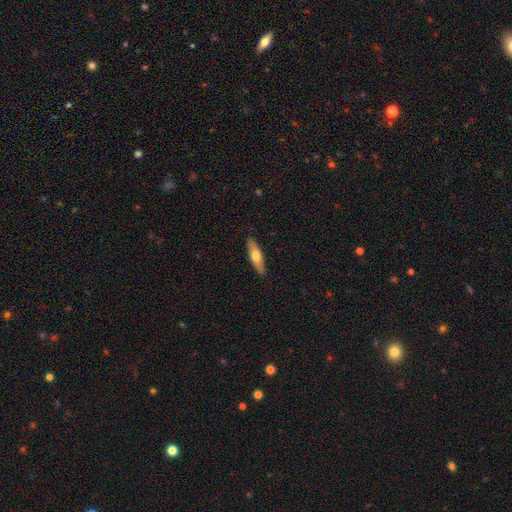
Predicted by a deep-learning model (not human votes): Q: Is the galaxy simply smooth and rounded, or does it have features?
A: smooth — 59%.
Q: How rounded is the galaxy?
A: cigar-shaped — 65%.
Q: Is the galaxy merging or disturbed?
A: none — 89%.